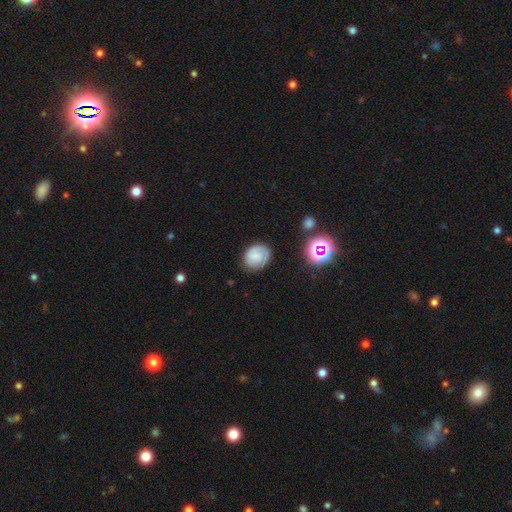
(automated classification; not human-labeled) smooth-or-featured: smooth: 64% | featured or disk: 24% | star or artifact: 12%
  how-rounded: round: 52% | in between: 47% | cigar-shaped: 1%
  merging: none: 75% | minor disturbance: 18% | major disturbance: 5% | merger: 2%